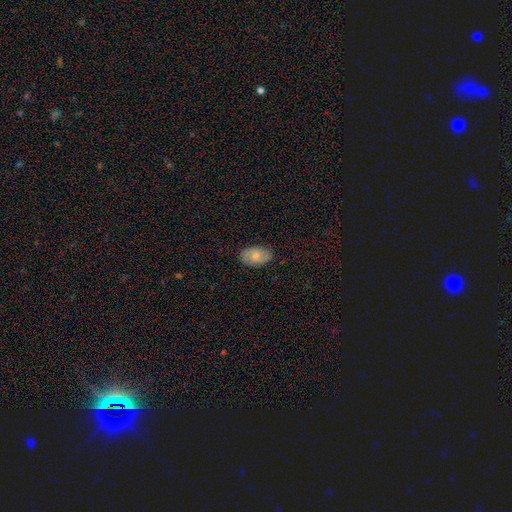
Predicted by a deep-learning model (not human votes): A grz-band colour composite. It shows a smooth galaxy with no disk features (58%) that is in between round and cigar-shaped (90%). Merging: none (83%).